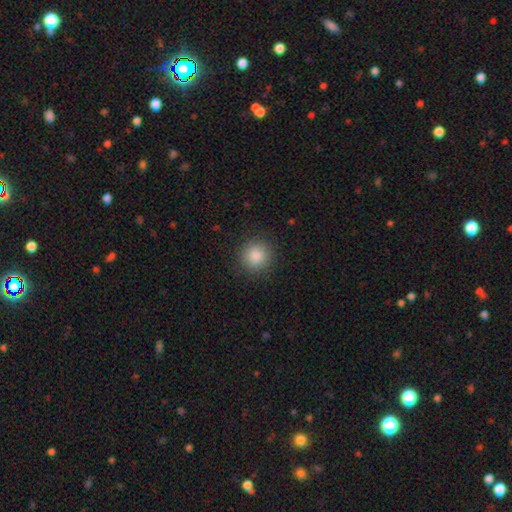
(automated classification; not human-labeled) Q: Smooth or featured?
A: smooth (87%); runner-up: star or artifact (9%)
Q: How rounded?
A: round (94%); runner-up: in between (5%)
Q: Merging?
A: none (90%); runner-up: minor disturbance (7%)